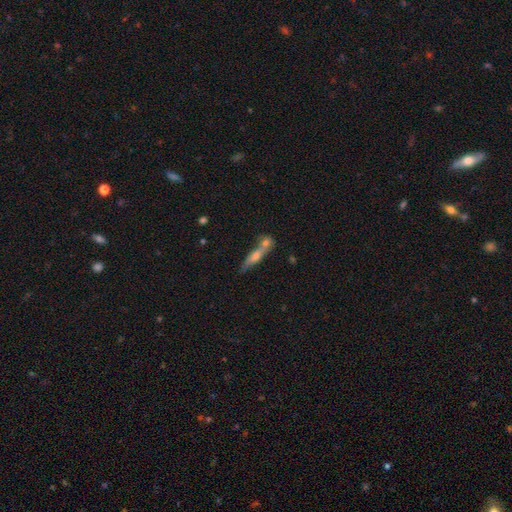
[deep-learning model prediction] This appears to be a smooth galaxy with no disk features (48%). Merging: none (44%).